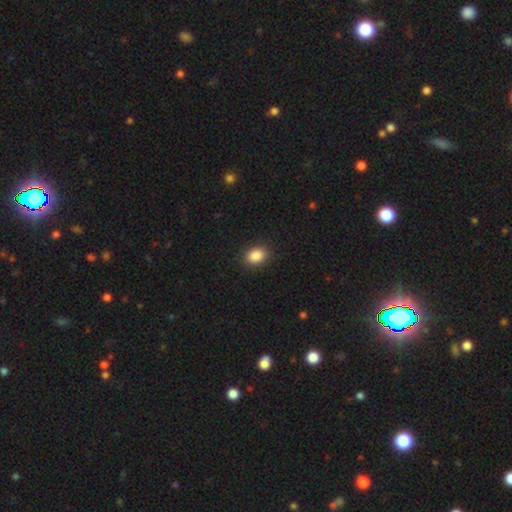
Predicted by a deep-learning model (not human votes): This appears to be a smooth galaxy with no disk features (88%) that is in between round and cigar-shaped (65%). Merging: none (89%).